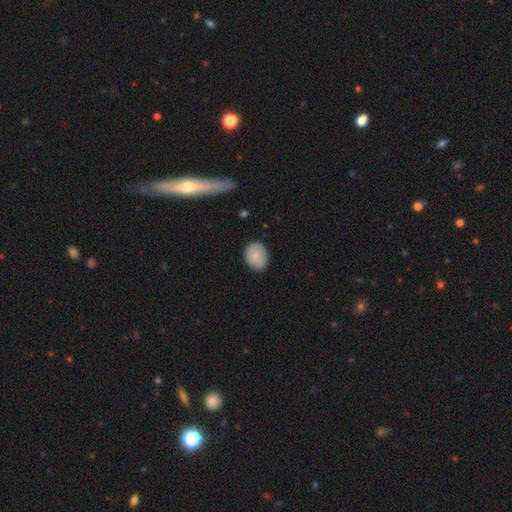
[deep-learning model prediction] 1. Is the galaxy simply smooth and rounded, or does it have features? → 87% smooth, 7% star or artifact, 6% featured or disk.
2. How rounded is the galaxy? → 64% in between, 35% round, 1% cigar-shaped.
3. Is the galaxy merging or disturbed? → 84% none, 12% minor disturbance, 2% major disturbance, 1% merger.